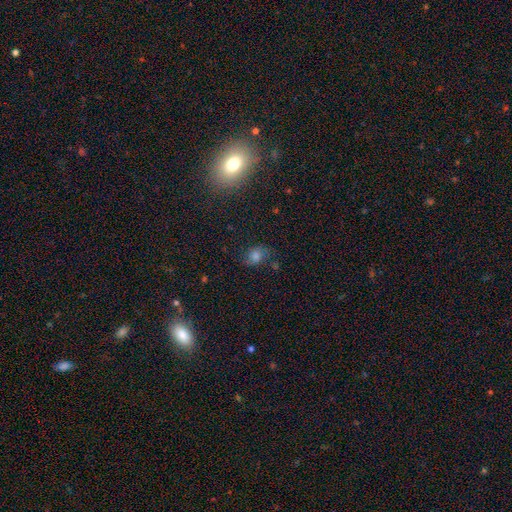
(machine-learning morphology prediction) This appears to be a smooth galaxy with no disk features (59%) that is round (52%). Merging: none (70%).